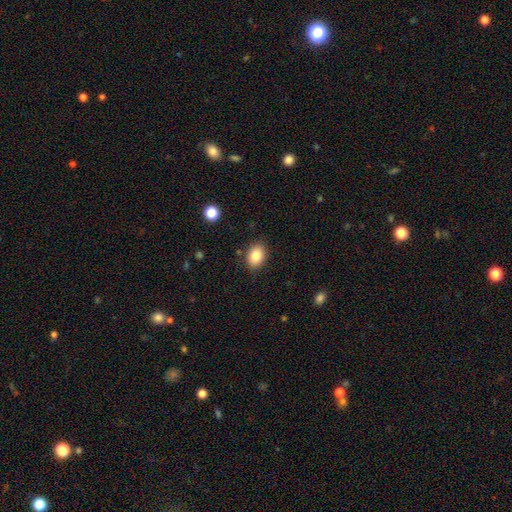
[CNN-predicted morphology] A smooth galaxy with no disk features (84%) that is in between round and cigar-shaped (75%). Merging: none (86%).